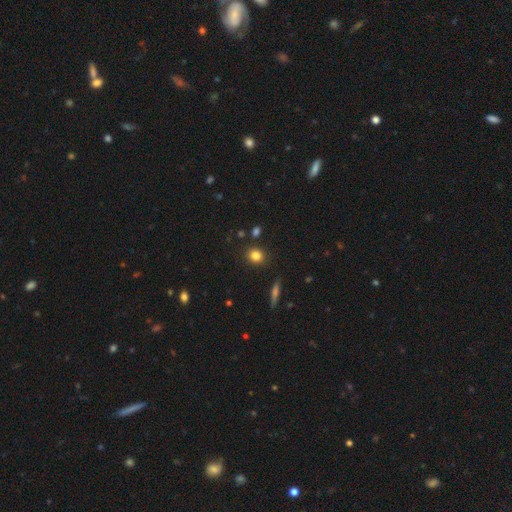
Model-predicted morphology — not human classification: A smooth galaxy with no disk features (82%) that is round (71%).

Vote fractions:
- Smooth or featured? smooth: 82% / star or artifact: 11% / featured or disk: 7%
- How rounded? round: 71% / in between: 27% / cigar-shaped: 2%
- Merging? none: 87% / minor disturbance: 8% / merger: 3% / major disturbance: 2%